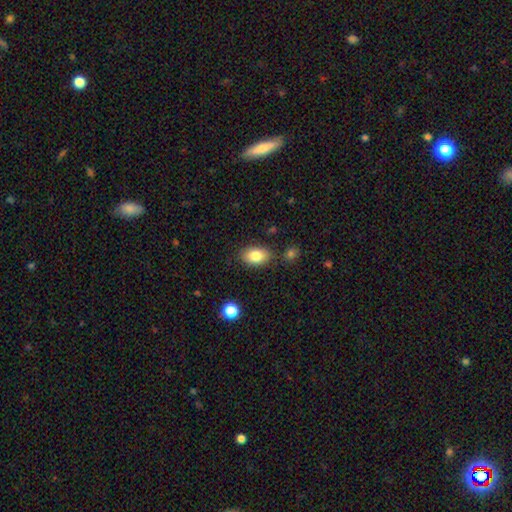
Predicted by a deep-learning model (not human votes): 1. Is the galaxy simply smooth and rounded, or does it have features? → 84% smooth, 8% featured or disk, 8% star or artifact.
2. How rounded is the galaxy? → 87% in between, 12% round, 1% cigar-shaped.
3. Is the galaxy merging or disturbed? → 82% none, 11% minor disturbance, 4% merger, 3% major disturbance.